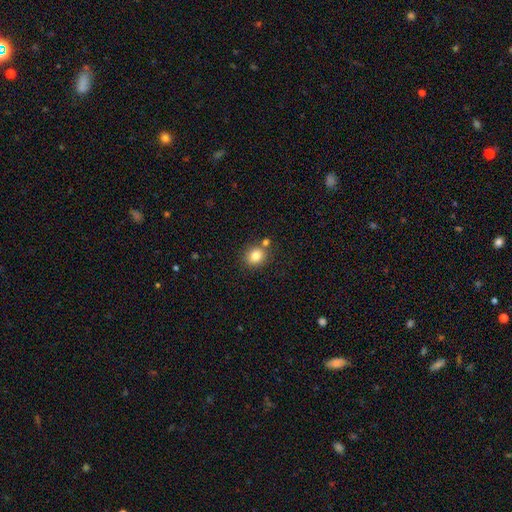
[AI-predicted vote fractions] A smooth galaxy with no disk features (81%) that is round (74%).

Vote fractions:
- Smooth or featured? smooth: 81% / star or artifact: 11% / featured or disk: 8%
- How rounded? round: 74% / in between: 25% / cigar-shaped: 1%
- Merging? none: 73% / merger: 14% / minor disturbance: 10% / major disturbance: 3%